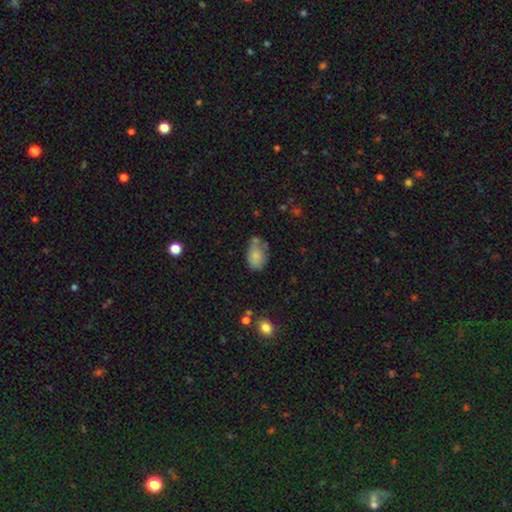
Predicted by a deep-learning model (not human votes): Q: Smooth or featured?
A: smooth (78%); runner-up: featured or disk (13%)
Q: How rounded?
A: in between (86%); runner-up: round (12%)
Q: Merging?
A: none (46%); runner-up: minor disturbance (31%)